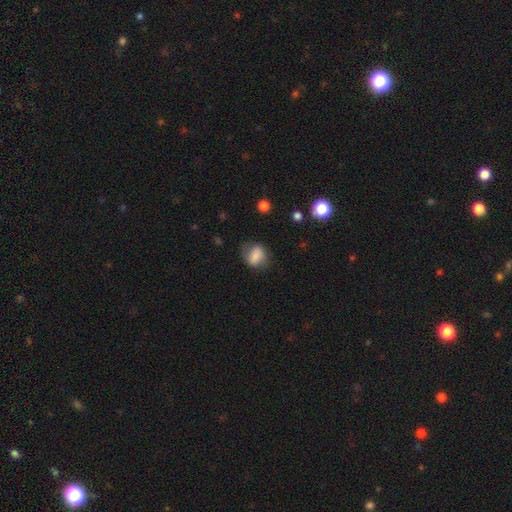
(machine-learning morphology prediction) smooth_or_featured: smooth (p=0.77) [alt: featured or disk p=0.14]
how_rounded: in between (p=0.56) [alt: round p=0.42]
merging: none (p=0.65) [alt: minor disturbance p=0.23]